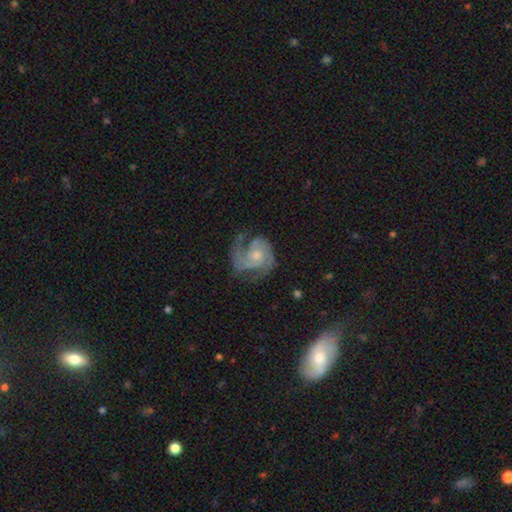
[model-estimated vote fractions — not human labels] Q: Smooth or featured?
A: featured or disk (88%); runner-up: smooth (8%)
Q: Edge-on disk?
A: no (98%); runner-up: yes (2%)
Q: Bar?
A: no (72%); runner-up: weak (24%)
Q: Spiral arms?
A: yes (97%); runner-up: no (3%)
Q: Spiral winding?
A: medium (47%); runner-up: tight (40%)
Q: Spiral arm count?
A: 2 (57%); runner-up: 3 (20%)
Q: Bulge size?
A: moderate (47%); runner-up: small (43%)
Q: Merging?
A: none (62%); runner-up: minor disturbance (21%)